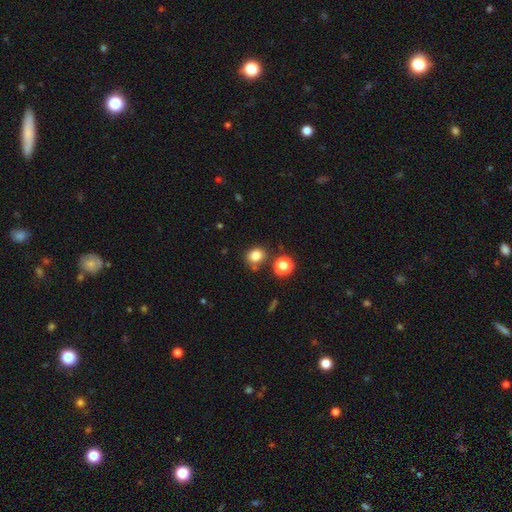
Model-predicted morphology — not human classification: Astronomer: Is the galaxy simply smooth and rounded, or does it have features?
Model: smooth — 81%.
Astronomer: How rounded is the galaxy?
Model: round — 74%.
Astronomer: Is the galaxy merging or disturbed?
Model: none — 75%.